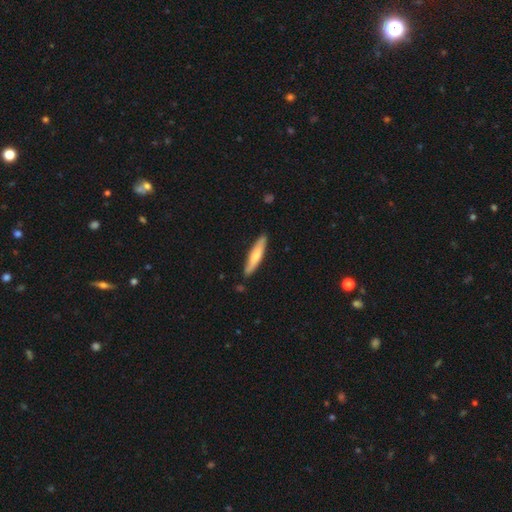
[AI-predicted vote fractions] A smooth galaxy with no disk features (63%) that is cigar-shaped (86%). Merging: none (87%).